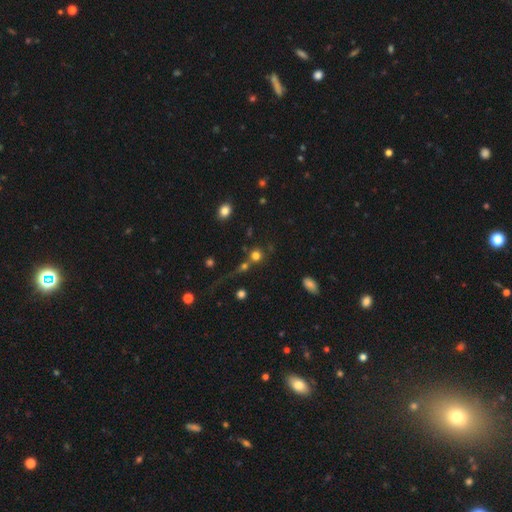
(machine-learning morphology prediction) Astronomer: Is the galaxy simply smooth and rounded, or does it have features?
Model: smooth — 74%.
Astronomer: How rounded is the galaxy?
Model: round — 90%.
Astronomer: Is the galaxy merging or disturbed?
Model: none — 57%.